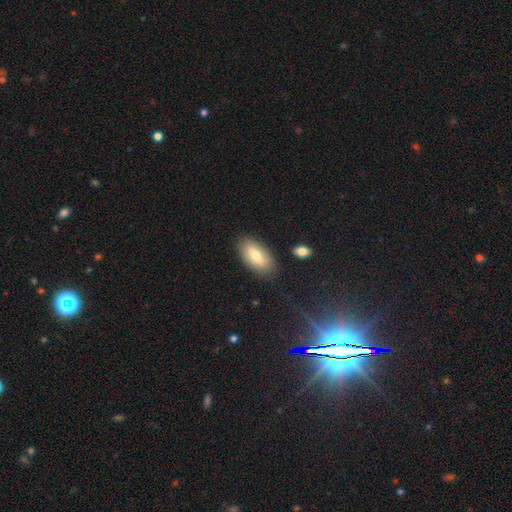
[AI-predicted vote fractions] This is likely a smooth galaxy (70%). How rounded: clearly in between (88%). Merging: clearly none (84%).